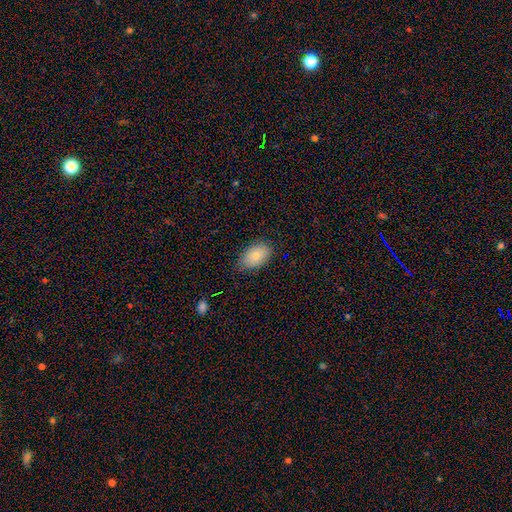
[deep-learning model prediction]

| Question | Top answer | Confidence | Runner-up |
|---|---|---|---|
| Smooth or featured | smooth | 81% | featured or disk (11%) |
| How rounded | in between | 88% | round (10%) |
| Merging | none | 76% | minor disturbance (20%) |